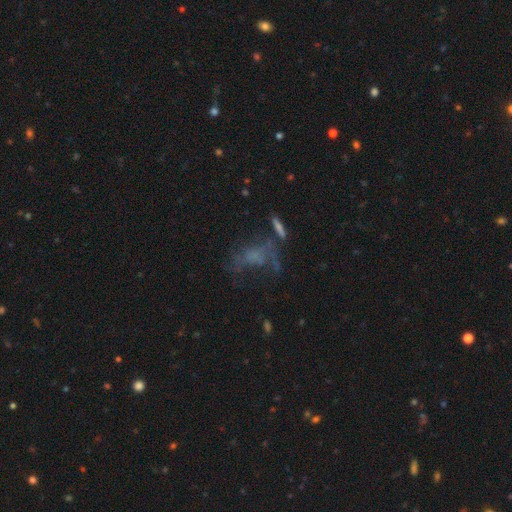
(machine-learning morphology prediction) A featured or disk galaxy (44%).

Vote fractions:
- Smooth or featured? featured or disk: 44% / smooth: 31% / star or artifact: 25%
- Merging? major disturbance: 37% / none: 31% / minor disturbance: 16% / merger: 15%